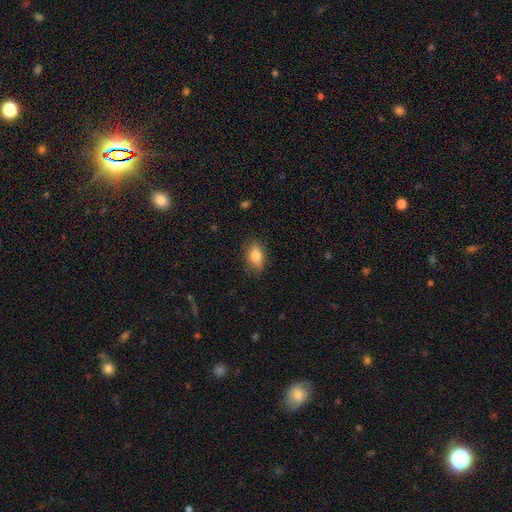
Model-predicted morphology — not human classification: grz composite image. It shows a smooth galaxy with no disk features (83%) that is in between round and cigar-shaped (85%). Merging: none (81%).